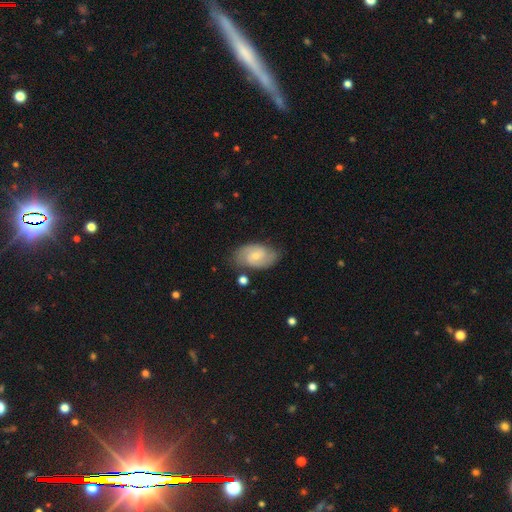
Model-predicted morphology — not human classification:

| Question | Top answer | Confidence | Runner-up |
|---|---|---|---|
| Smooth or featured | featured or disk | 68% | smooth (26%) |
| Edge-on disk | no | 96% | yes (4%) |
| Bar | weak | 47% | no (45%) |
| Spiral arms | yes | 92% | no (8%) |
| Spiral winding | medium | 48% | tight (33%) |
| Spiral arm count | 2 | 82% | can't tell (10%) |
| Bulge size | small | 62% | moderate (33%) |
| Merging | none | 75% | minor disturbance (17%) |